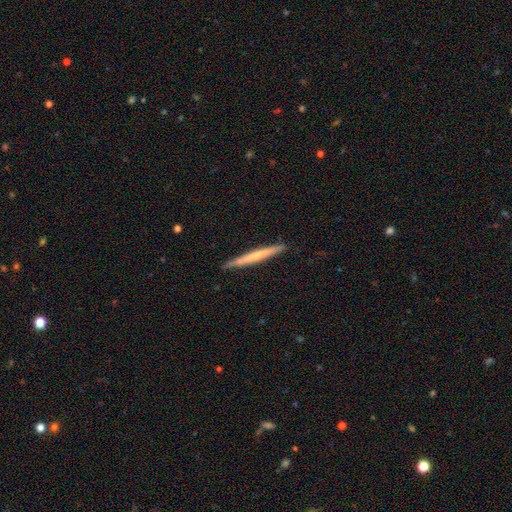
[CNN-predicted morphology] Smooth or featured? featured or disk (50%)
Edge-on disk? yes (96%)
Merging? none (89%)